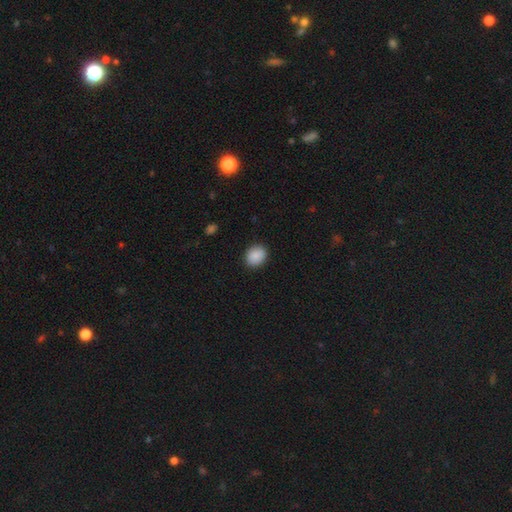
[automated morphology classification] A smooth galaxy with no disk features (89%) that is round (60%).

Vote fractions:
- Smooth or featured? smooth: 89% / star or artifact: 8% / featured or disk: 3%
- How rounded? round: 60% / in between: 39% / cigar-shaped: 1%
- Merging? none: 90% / minor disturbance: 7% / major disturbance: 2% / merger: 1%